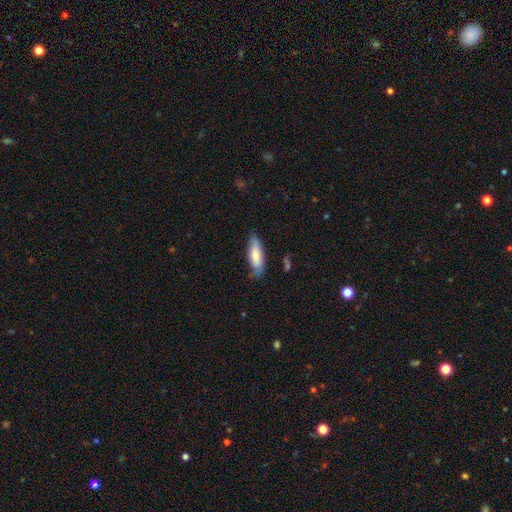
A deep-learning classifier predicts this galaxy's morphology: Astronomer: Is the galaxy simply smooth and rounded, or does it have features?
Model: smooth — 73%.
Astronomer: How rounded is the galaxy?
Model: in between — 62% (runner-up: cigar-shaped, 37%).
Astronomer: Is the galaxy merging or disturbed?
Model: none — 72%.